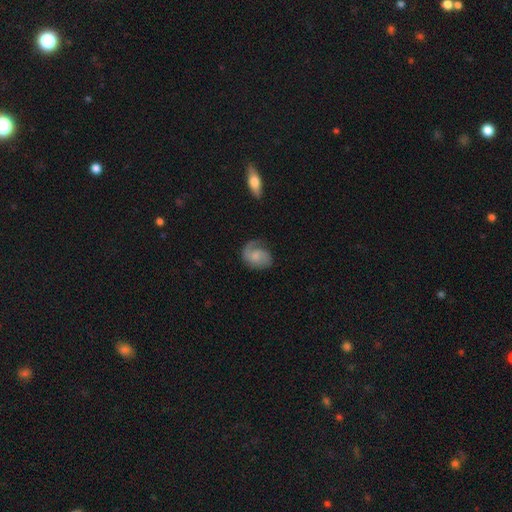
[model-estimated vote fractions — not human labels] A featured or disk galaxy (63%) with no bar (64%), 1 (50%) medium (42%) spiral arms (92%) and a small central bulge (40%).

Vote fractions:
- Smooth or featured? featured or disk: 63% / smooth: 30% / star or artifact: 7%
- Edge-on disk? no: 97% / yes: 3%
- Bar? no: 64% / weak: 32% / strong: 4%
- Spiral arms? yes: 92% / no: 8%
- Spiral winding? medium: 42% / loose: 29% / tight: 29%
- Spiral arm count? 1: 50% / 2: 40% / can't tell: 7% / 3: 2% / 4: 1% / more than 4: 1%
- Bulge size? small: 40% / none: 28% / moderate: 25% / large: 5% / dominant: 2%
- Merging? none: 56% / minor disturbance: 24% / major disturbance: 18% / merger: 2%